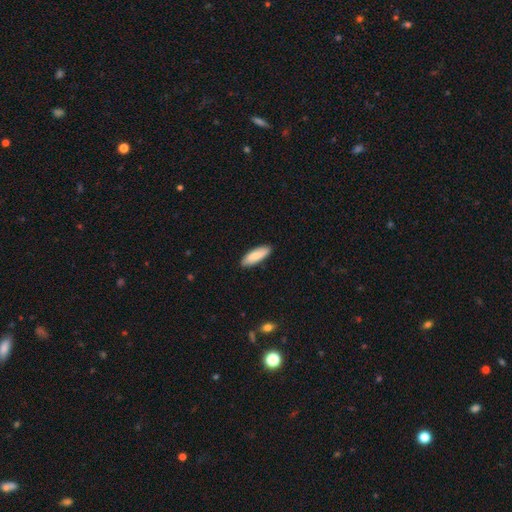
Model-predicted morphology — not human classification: smooth 83%, featured or disk 12%, star or artifact 5%. Down the decision tree: how rounded — in between (61%); merging — none (88%).